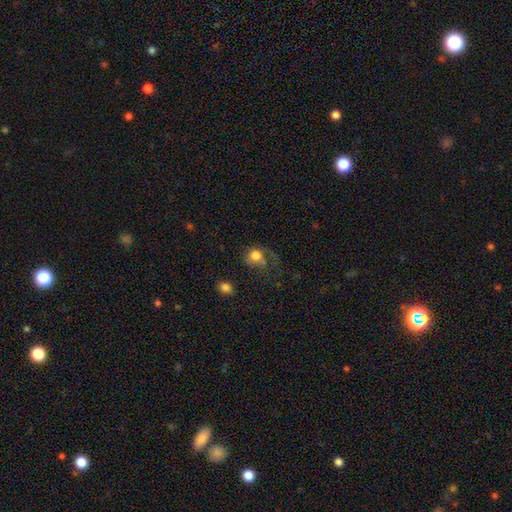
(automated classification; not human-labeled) Smooth or featured? Predicted: smooth (p=0.76). How rounded? Predicted: round (p=0.72). Merging? Predicted: none (p=0.37).